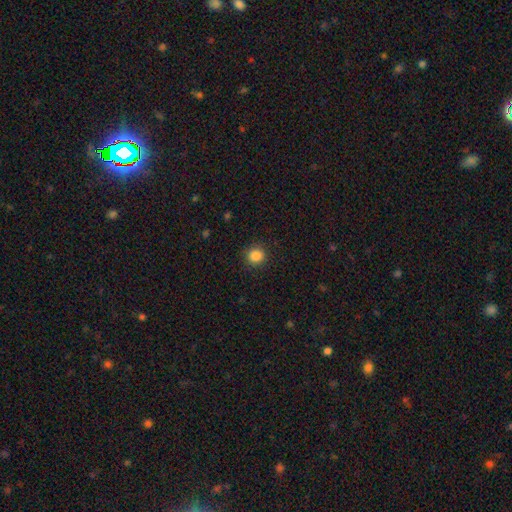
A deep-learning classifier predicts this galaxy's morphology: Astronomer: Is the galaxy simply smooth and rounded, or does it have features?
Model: smooth — 86%.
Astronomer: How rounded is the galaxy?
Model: round — 87%.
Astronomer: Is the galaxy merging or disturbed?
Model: none — 90%.